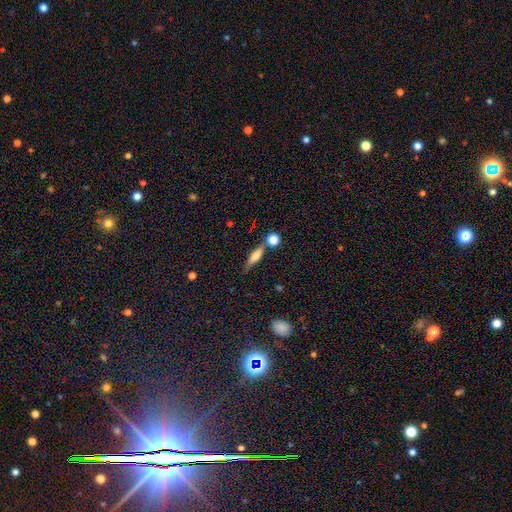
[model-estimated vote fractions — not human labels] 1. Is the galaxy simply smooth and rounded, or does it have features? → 50% smooth, 41% featured or disk, 10% star or artifact.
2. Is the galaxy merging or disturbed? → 69% none, 14% merger, 13% minor disturbance, 4% major disturbance.